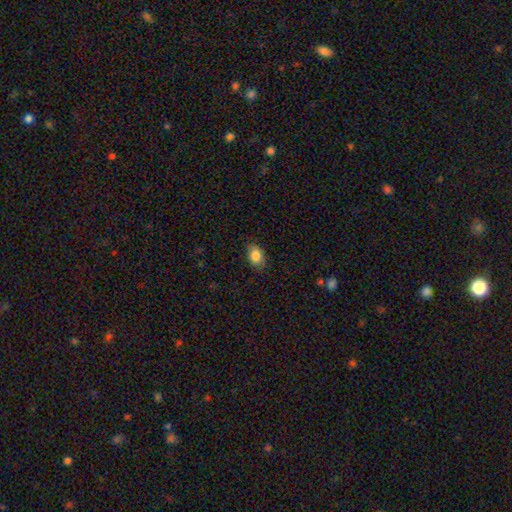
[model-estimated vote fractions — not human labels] Q: Smooth or featured?
A: smooth (84%); runner-up: star or artifact (8%)
Q: How rounded?
A: in between (84%); runner-up: round (14%)
Q: Merging?
A: none (82%); runner-up: minor disturbance (14%)